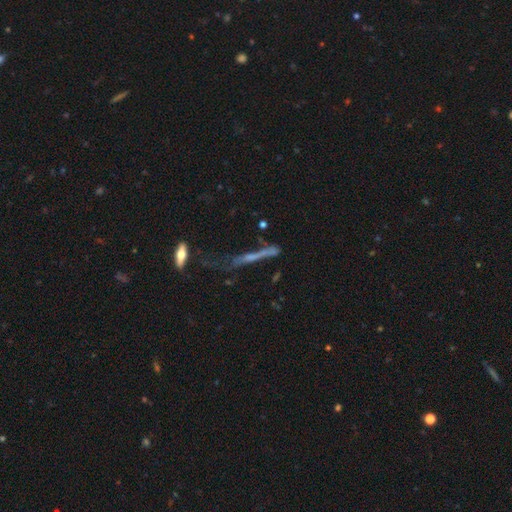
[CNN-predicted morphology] type=featured or disk (52%); edge-on=yes (76%); merging=none (43%).